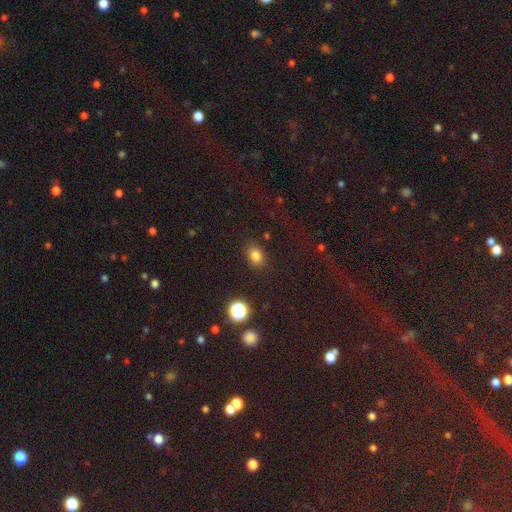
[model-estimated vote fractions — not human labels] A smooth galaxy with no disk features (78%) that is in between round and cigar-shaped (63%). Merging: none (83%).